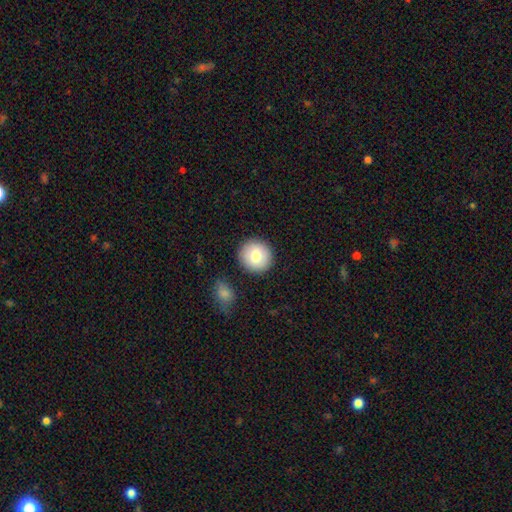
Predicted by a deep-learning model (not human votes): Morphology: type=smooth (79%); roundness=round (93%); merging=none (87%).